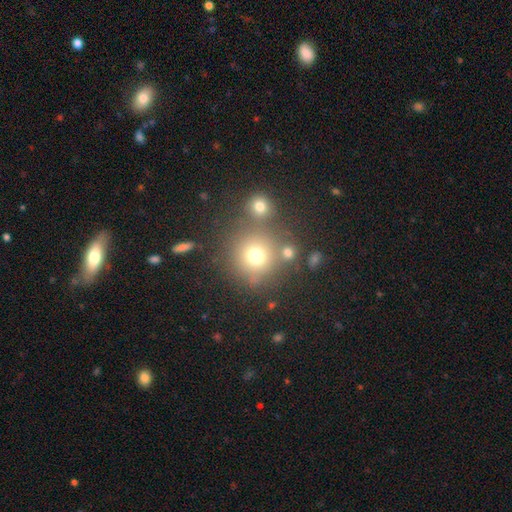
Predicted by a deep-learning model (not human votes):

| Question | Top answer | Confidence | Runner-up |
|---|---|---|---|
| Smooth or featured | smooth | 72% | star or artifact (17%) |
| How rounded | round | 92% | in between (7%) |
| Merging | none | 68% | merger (19%) |